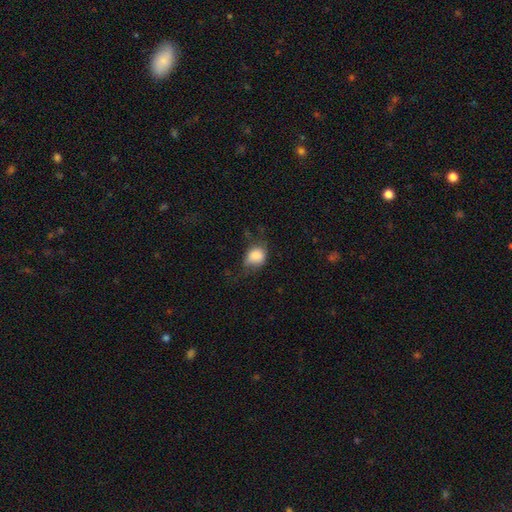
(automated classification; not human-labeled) Smooth or featured? Predicted: smooth (p=0.81). How rounded? Predicted: round (p=0.53). Merging? Predicted: none (p=0.46).